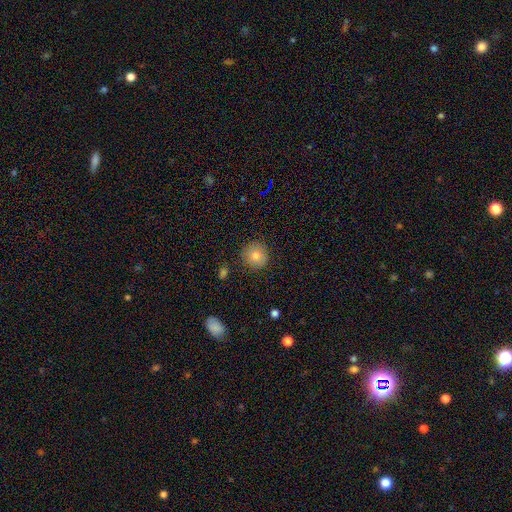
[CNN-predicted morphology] Smooth or featured?
  - smooth: 77% *
  - star or artifact: 12%
  - featured or disk: 11%
How rounded?
  - round: 93% *
  - in between: 6%
  - cigar-shaped: 1%
Merging?
  - none: 88% *
  - minor disturbance: 9%
  - major disturbance: 2%
  - merger: 1%